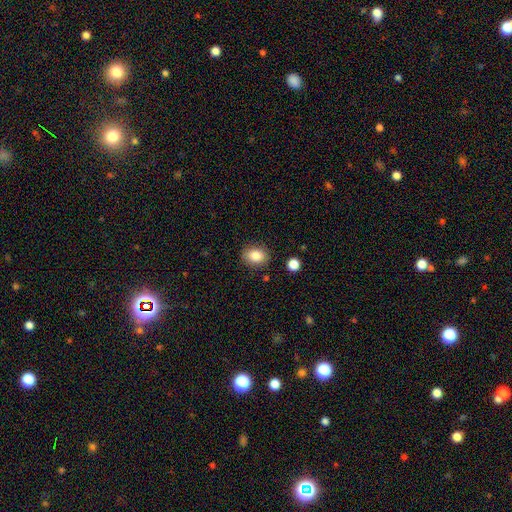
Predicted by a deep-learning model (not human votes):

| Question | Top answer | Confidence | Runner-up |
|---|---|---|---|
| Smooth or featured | smooth | 83% | star or artifact (9%) |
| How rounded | in between | 57% | round (42%) |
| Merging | none | 84% | minor disturbance (11%) |